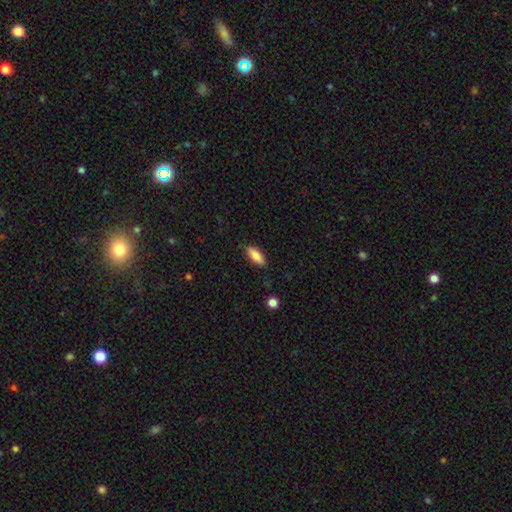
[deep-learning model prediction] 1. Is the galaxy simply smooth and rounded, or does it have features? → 82% smooth, 11% featured or disk, 7% star or artifact.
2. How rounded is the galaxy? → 75% in between, 23% cigar-shaped, 2% round.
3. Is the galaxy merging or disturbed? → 84% none, 12% minor disturbance, 2% major disturbance, 1% merger.